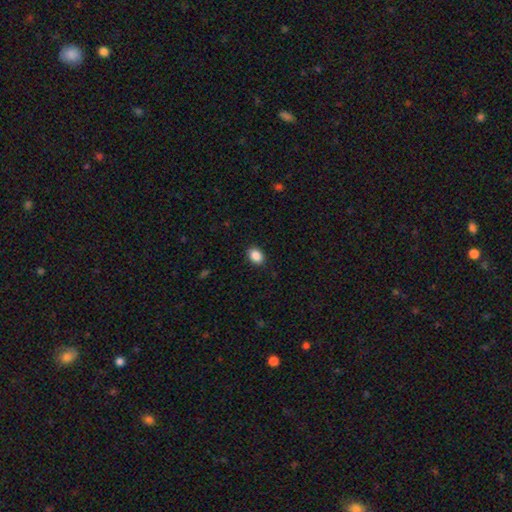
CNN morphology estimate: This appears to be a smooth galaxy with no disk features (88%) that is in between round and cigar-shaped (72%). Merging: none (89%).